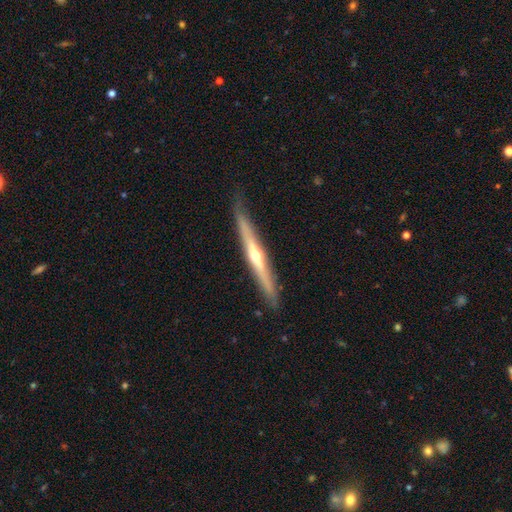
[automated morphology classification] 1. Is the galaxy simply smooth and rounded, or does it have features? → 73% featured or disk, 21% smooth, 5% star or artifact.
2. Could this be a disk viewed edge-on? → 96% yes, 4% no.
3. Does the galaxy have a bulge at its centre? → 82% rounded, 15% none, 2% boxy.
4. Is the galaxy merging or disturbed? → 86% none, 11% minor disturbance, 2% major disturbance, 1% merger.